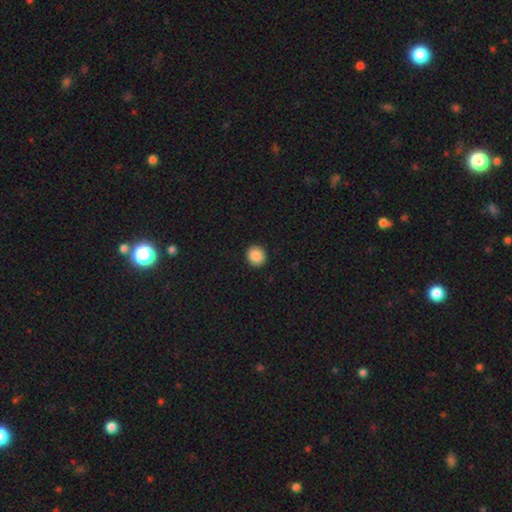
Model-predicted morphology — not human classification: Smooth or featured? Predicted: smooth (p=0.88). How rounded? Predicted: round (p=0.87). Merging? Predicted: none (p=0.92).